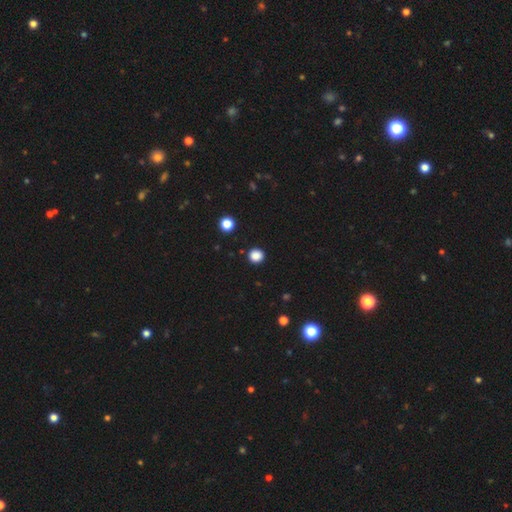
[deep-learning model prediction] A smooth galaxy with no disk features (85%) that is round (93%).

Vote fractions:
- Smooth or featured? smooth: 85% / star or artifact: 12% / featured or disk: 3%
- How rounded? round: 93% / in between: 6% / cigar-shaped: 1%
- Merging? none: 92% / minor disturbance: 5% / major disturbance: 2% / merger: 1%